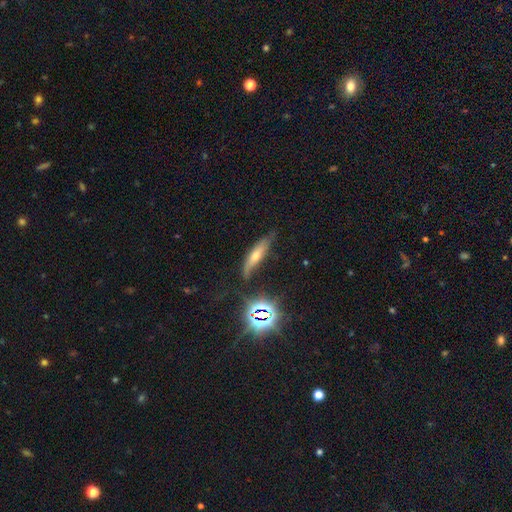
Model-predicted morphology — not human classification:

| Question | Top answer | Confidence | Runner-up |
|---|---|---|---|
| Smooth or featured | featured or disk | 44% | smooth (33%) |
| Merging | none | 66% | minor disturbance (24%) |